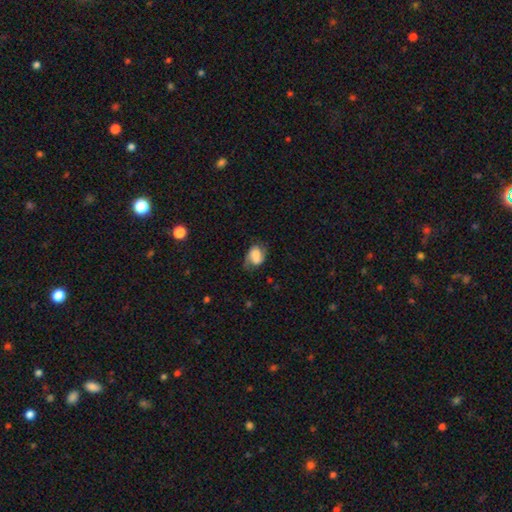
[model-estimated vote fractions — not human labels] The model was most divided on "smooth or featured": smooth: 51%, featured or disk: 40%, star or artifact: 9%. Remaining: how rounded — in between (72%); merging — none (50%).